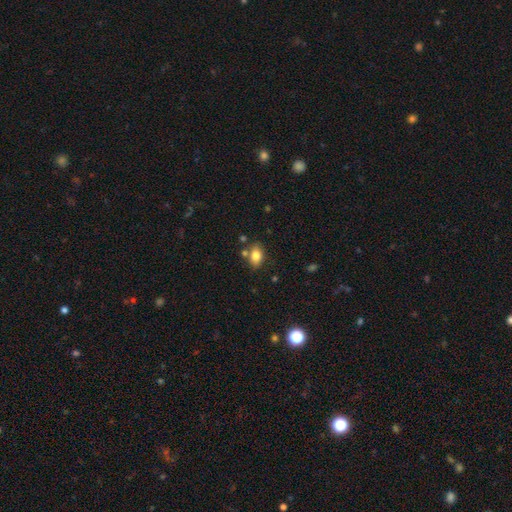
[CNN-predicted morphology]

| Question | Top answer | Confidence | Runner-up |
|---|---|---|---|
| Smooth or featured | smooth | 81% | featured or disk (10%) |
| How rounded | in between | 83% | round (16%) |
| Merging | none | 72% | minor disturbance (14%) |